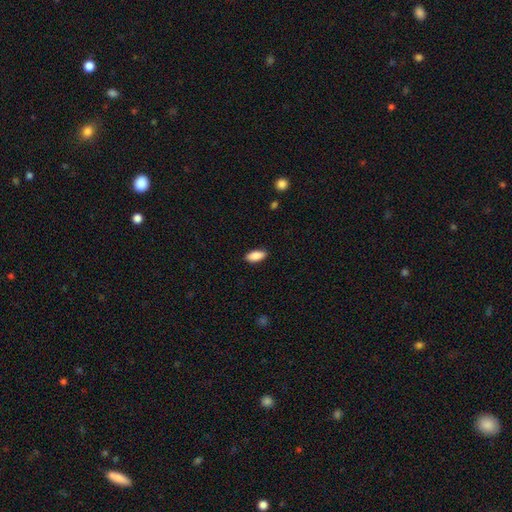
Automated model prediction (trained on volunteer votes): Smooth or featured?
  - smooth: 88% *
  - star or artifact: 6%
  - featured or disk: 6%
How rounded?
  - in between: 89% *
  - cigar-shaped: 9%
  - round: 2%
Merging?
  - none: 88% *
  - minor disturbance: 9%
  - major disturbance: 2%
  - merger: 1%